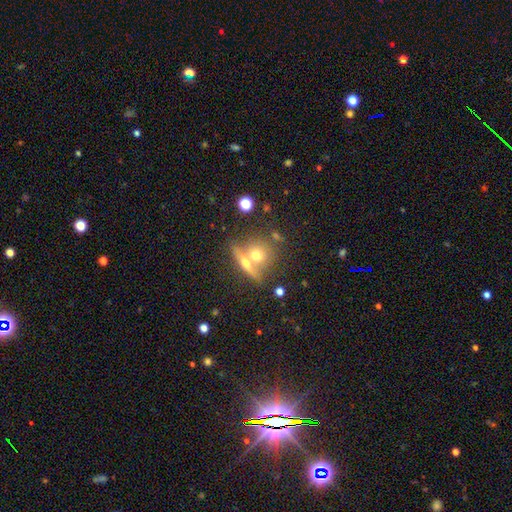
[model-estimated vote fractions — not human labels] Smooth or featured? smooth (51%)
How rounded? round (67%)
Merging? merger (45%)